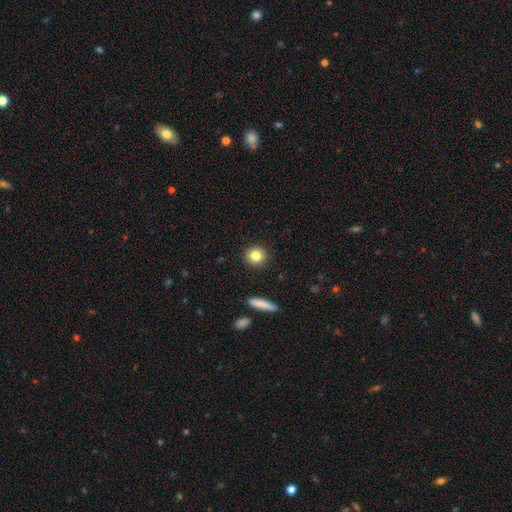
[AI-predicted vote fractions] smooth 81%, star or artifact 10%, featured or disk 9%. Down the decision tree: how rounded — round (91%); merging — none (91%).